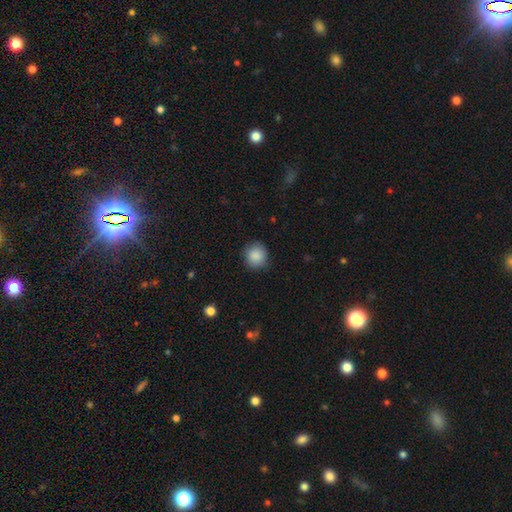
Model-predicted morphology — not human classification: smooth-or-featured: smooth: 89% | star or artifact: 8% | featured or disk: 4%
  how-rounded: round: 88% | in between: 11% | cigar-shaped: 1%
  merging: none: 87% | minor disturbance: 9% | major disturbance: 2% | merger: 1%